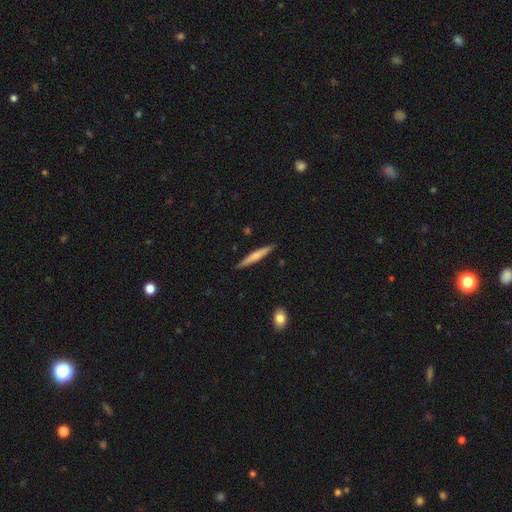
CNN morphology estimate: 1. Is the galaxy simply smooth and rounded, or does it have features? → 57% smooth, 38% featured or disk, 5% star or artifact.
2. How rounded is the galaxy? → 94% cigar-shaped, 4% in between, 1% round.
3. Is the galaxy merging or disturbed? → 90% none, 8% minor disturbance, 1% major disturbance, 1% merger.